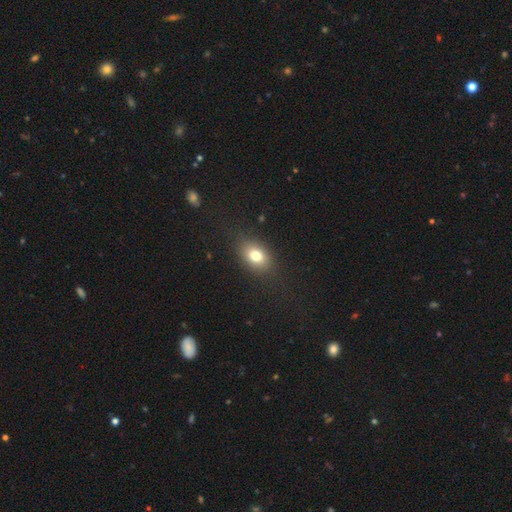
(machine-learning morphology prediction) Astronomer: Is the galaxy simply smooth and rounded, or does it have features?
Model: smooth — 77%.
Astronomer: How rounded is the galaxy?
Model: in between — 72%.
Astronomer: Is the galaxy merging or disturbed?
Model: none — 82%.